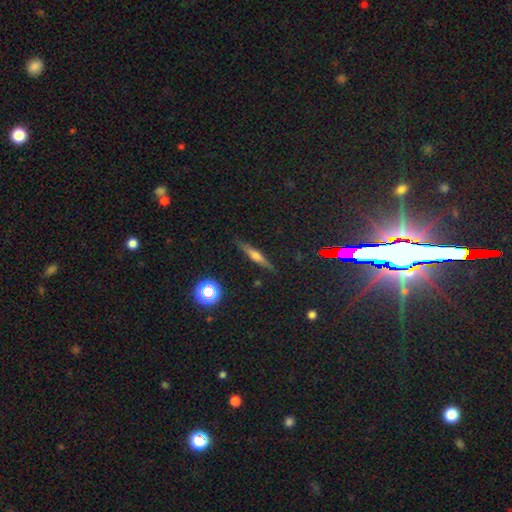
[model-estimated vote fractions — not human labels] Q: Smooth or featured?
A: featured or disk (51%); runner-up: smooth (36%)
Q: Edge-on disk?
A: yes (94%); runner-up: no (6%)
Q: Merging?
A: none (87%); runner-up: minor disturbance (9%)